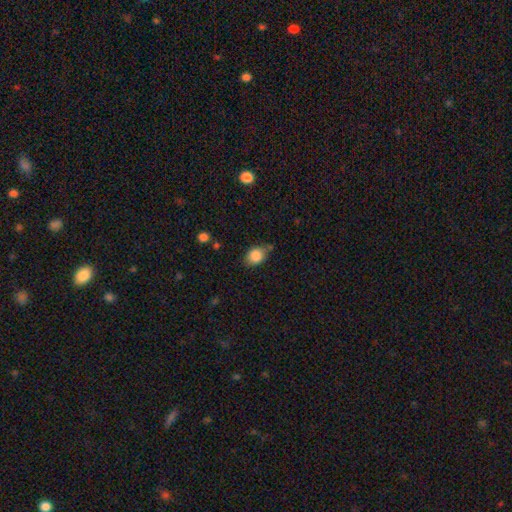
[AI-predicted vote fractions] This appears to be a smooth galaxy with no disk features (86%) that is in between round and cigar-shaped (57%). Merging: none (65%).